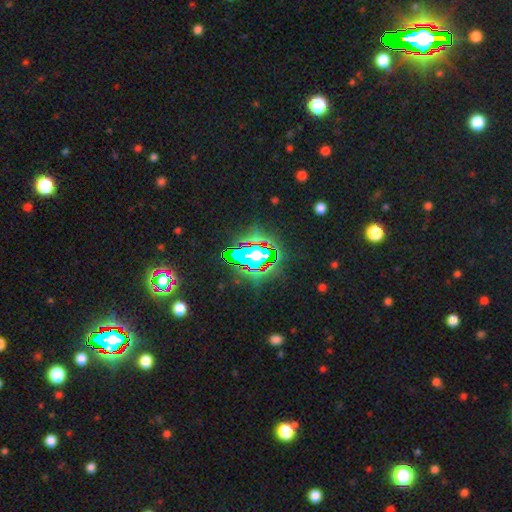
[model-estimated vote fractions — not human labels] Q: Smooth or featured?
A: star or artifact (70%); runner-up: smooth (17%)